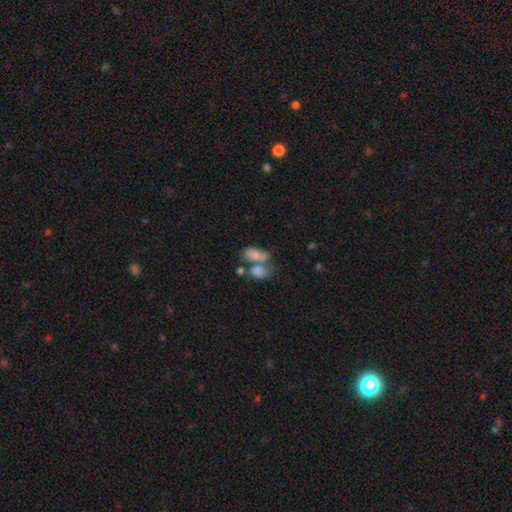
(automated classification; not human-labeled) Smooth or featured? smooth (74%)
How rounded? in between (87%)
Merging? merger (54%)